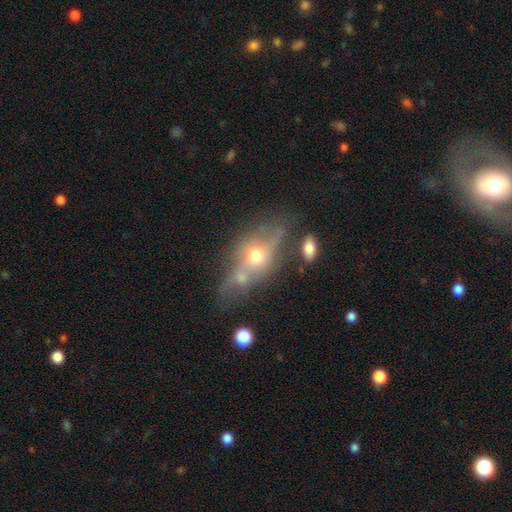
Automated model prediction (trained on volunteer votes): Overall: featured or disk (55%; smooth 34%). Edge-on disk: no (59%; yes 41%). Merging: none (45%; minor disturbance 22%).